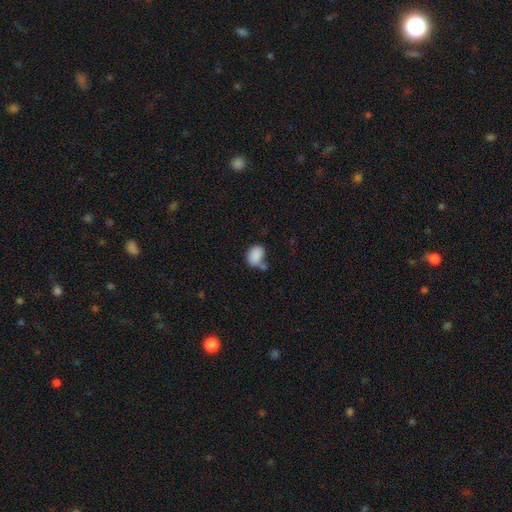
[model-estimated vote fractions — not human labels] A smooth galaxy with no disk features (87%) that is in between round and cigar-shaped (81%).

Vote fractions:
- Smooth or featured? smooth: 87% / star or artifact: 8% / featured or disk: 6%
- How rounded? in between: 81% / round: 18% / cigar-shaped: 1%
- Merging? none: 44% / merger: 28% / minor disturbance: 20% / major disturbance: 8%